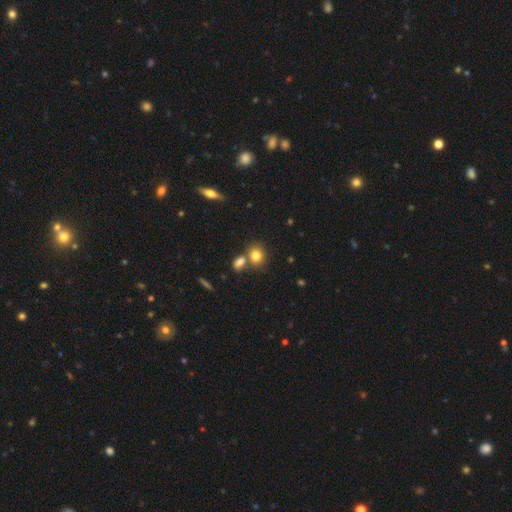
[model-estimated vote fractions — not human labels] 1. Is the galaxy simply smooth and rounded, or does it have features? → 81% smooth, 10% star or artifact, 9% featured or disk.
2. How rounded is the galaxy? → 64% round, 34% in between, 2% cigar-shaped.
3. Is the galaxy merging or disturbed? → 56% none, 32% merger, 10% minor disturbance, 3% major disturbance.